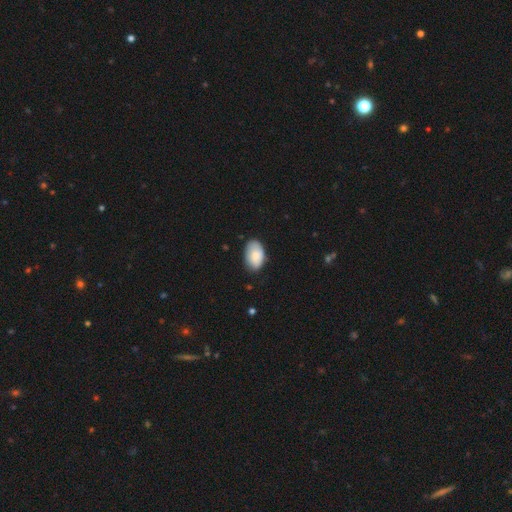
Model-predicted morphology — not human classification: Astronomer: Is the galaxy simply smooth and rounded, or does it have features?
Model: smooth — 82%.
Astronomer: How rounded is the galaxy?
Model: in between — 92%.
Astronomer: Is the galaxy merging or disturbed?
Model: none — 73%.